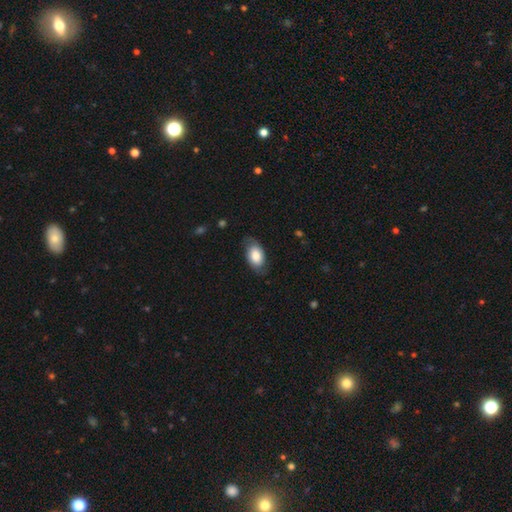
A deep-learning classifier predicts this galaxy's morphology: The model was most divided on "merging": none: 74%, minor disturbance: 20%, major disturbance: 5%, merger: 1%. More confident: how rounded — in between (92%); smooth or featured — smooth (77%).